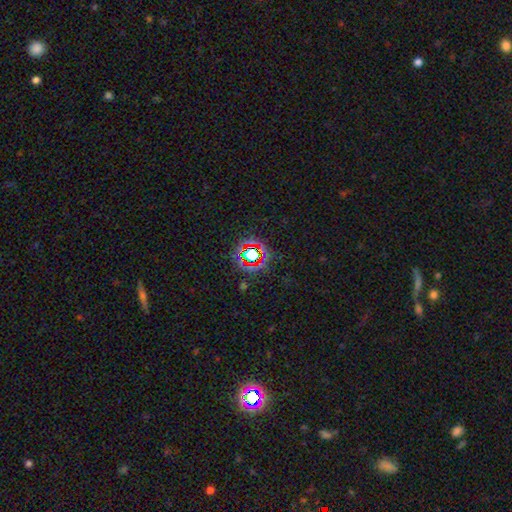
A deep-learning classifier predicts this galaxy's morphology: This is likely a star or artifact rather than a galaxy (70%).